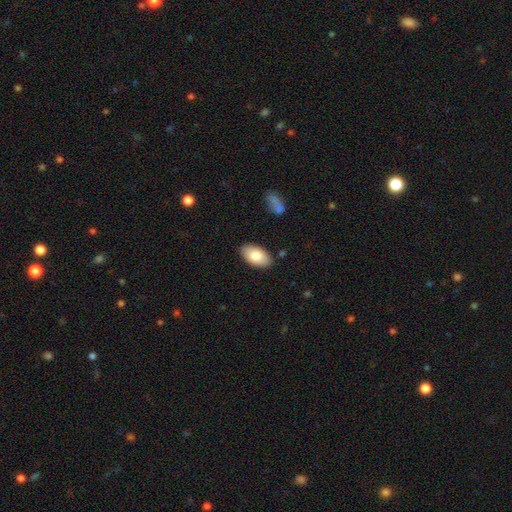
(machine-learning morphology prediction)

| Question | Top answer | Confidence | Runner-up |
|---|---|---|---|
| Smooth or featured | smooth | 81% | featured or disk (13%) |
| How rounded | in between | 95% | round (3%) |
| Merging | none | 86% | minor disturbance (10%) |